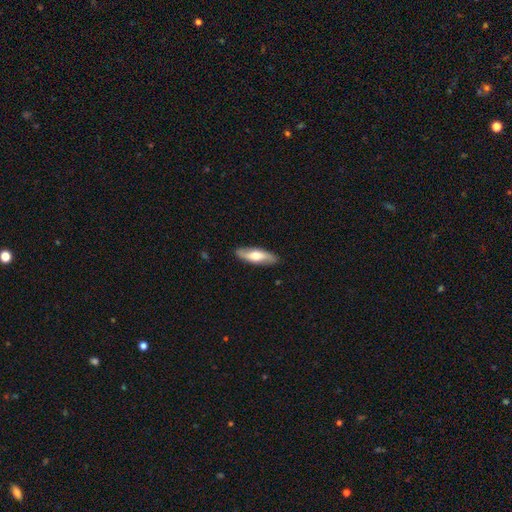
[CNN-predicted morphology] Smooth or featured: smooth — 49% (featured or disk — 46%)
Merging: none — 87% (minor disturbance — 10%)